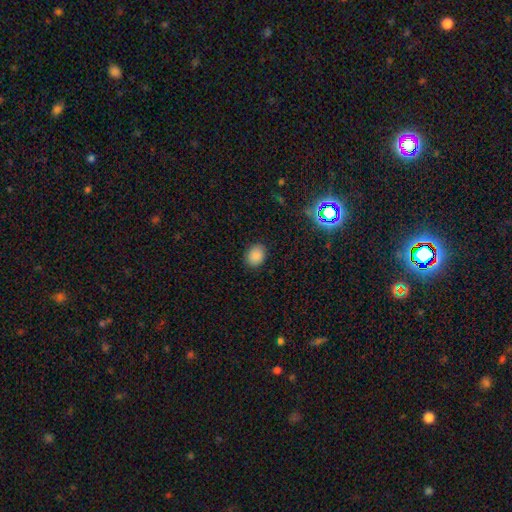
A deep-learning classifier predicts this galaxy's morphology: Q: Smooth or featured?
A: smooth (86%); runner-up: star or artifact (10%)
Q: How rounded?
A: in between (59%); runner-up: round (40%)
Q: Merging?
A: none (88%); runner-up: minor disturbance (9%)